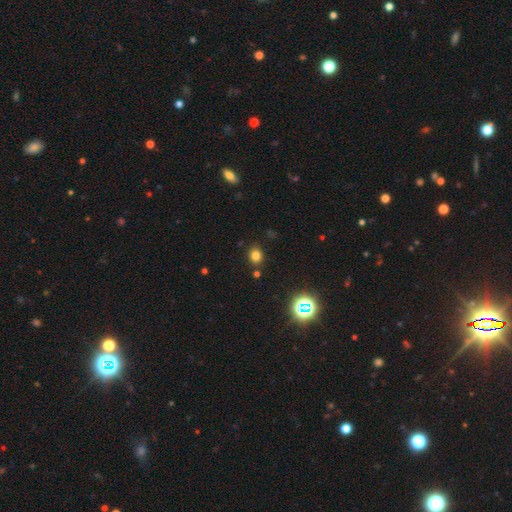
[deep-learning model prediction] Smooth or featured? smooth (77%)
How rounded? round (61%)
Merging? none (85%)